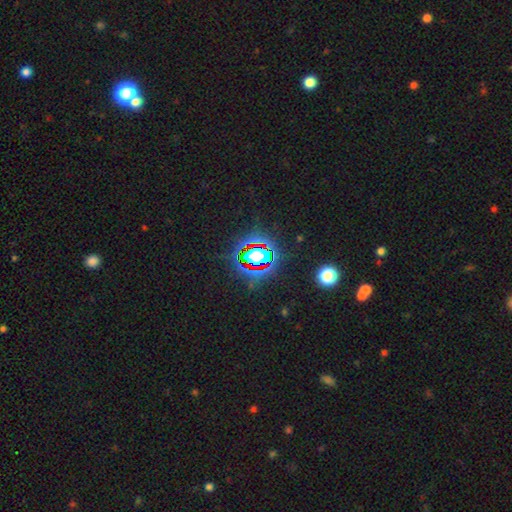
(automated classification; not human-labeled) This appears to be a star or artifact, not a galaxy (73%).